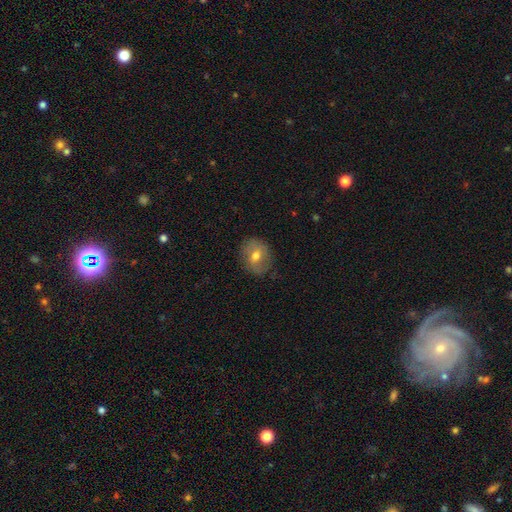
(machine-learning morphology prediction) Smooth or featured?
  - smooth: 62% *
  - featured or disk: 30%
  - star or artifact: 9%
How rounded?
  - round: 63% *
  - in between: 36%
  - cigar-shaped: 1%
Merging?
  - none: 81% *
  - minor disturbance: 14%
  - major disturbance: 4%
  - merger: 1%